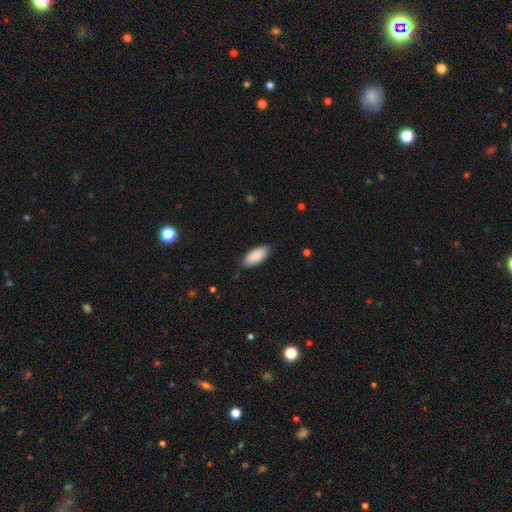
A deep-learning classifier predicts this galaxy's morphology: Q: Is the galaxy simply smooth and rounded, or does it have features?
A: smooth — 89%.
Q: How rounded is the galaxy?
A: in between — 87%.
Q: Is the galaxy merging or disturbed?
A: none — 85%.